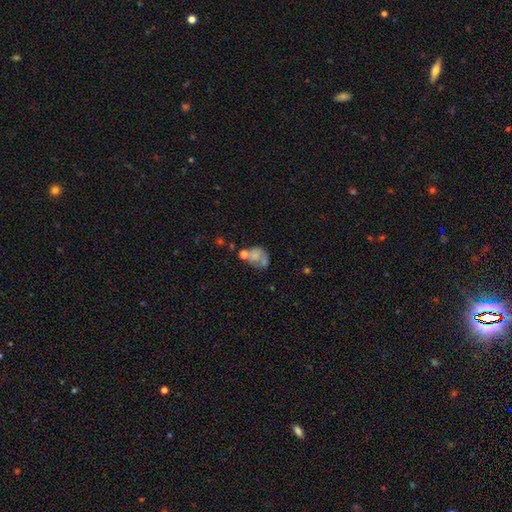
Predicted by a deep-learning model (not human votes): smooth-or-featured: smooth: 56% | featured or disk: 31% | star or artifact: 12%
  how-rounded: in between: 53% | round: 45% | cigar-shaped: 1%
  merging: none: 30% | merger: 29% | minor disturbance: 21% | major disturbance: 19%